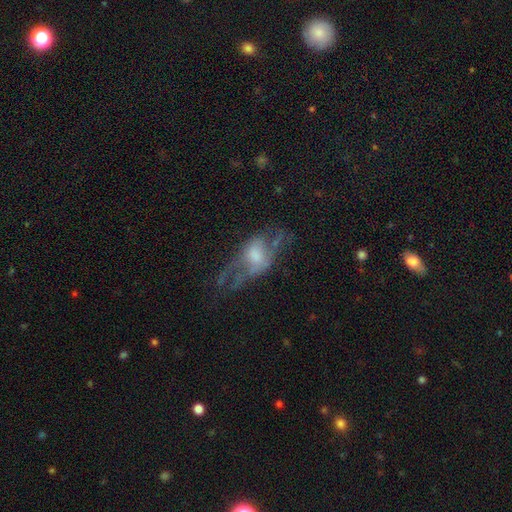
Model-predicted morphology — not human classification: A featured or disk galaxy (59%) with no bar (67%), no spiral arms (50%, tied with yes) and a moderate central bulge (41%).

Vote fractions:
- Smooth or featured? featured or disk: 59% / smooth: 31% / star or artifact: 10%
- Edge-on disk? no: 89% / yes: 11%
- Bar? no: 67% / weak: 27% / strong: 6%
- Spiral arms? no: 50% (tied) / yes: 50% (tied)
- Bulge size? moderate: 41% / large: 22% / small: 22% / none: 12% / dominant: 3%
- Merging? major disturbance: 42% / none: 33% / minor disturbance: 21% / merger: 4%